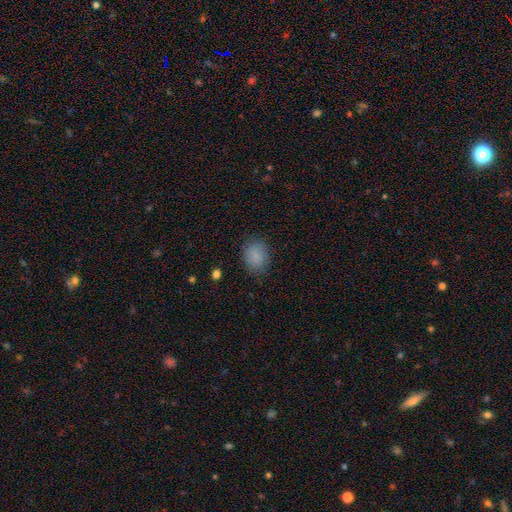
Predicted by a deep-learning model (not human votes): smooth-or-featured: smooth: 86% | star or artifact: 9% | featured or disk: 5%
  how-rounded: in between: 53% | round: 46% | cigar-shaped: 1%
  merging: none: 81% | minor disturbance: 14% | major disturbance: 4% | merger: 1%